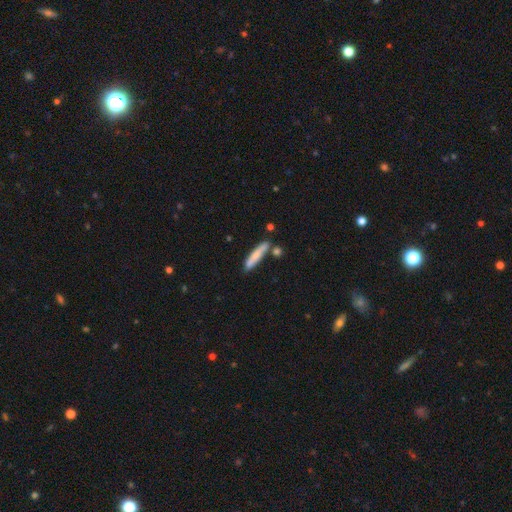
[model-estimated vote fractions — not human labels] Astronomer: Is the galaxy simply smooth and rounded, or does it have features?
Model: smooth — 74%.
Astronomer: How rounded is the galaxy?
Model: cigar-shaped — 88%.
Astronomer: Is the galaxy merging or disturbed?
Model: none — 72%.